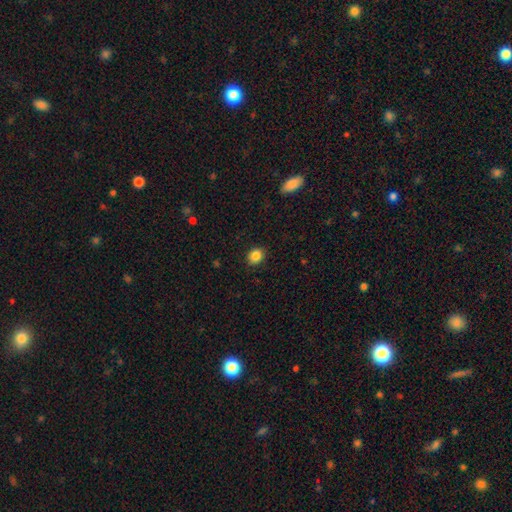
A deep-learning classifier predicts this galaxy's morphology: Smooth or featured? smooth (86%)
How rounded? round (65%)
Merging? none (87%)